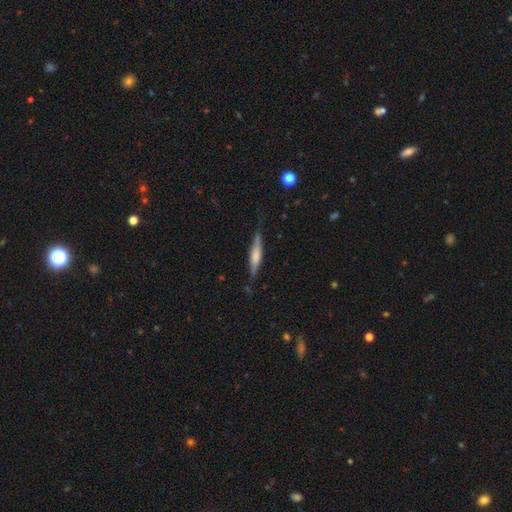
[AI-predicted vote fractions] Smooth or featured? Predicted: smooth (p=0.47). Merging? Predicted: none (p=0.76).